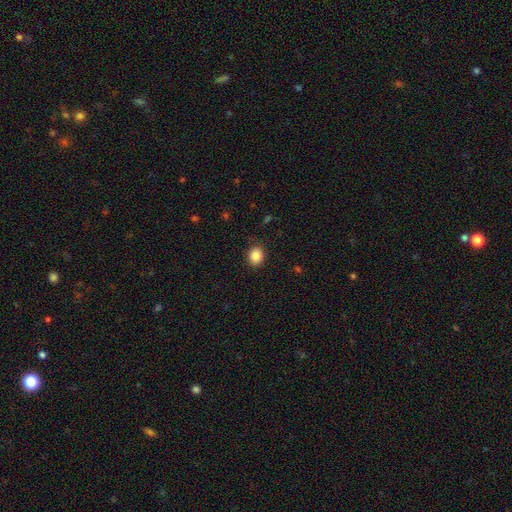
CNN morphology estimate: smooth_or_featured: smooth (p=0.87) [alt: star or artifact p=0.09]
how_rounded: round (p=0.55) [alt: in between p=0.44]
merging: none (p=0.85) [alt: minor disturbance p=0.11]